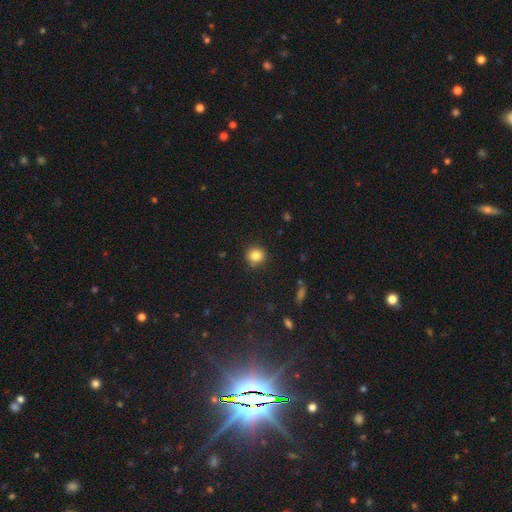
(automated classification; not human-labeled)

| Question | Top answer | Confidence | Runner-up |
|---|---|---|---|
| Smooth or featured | smooth | 84% | star or artifact (11%) |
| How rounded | round | 91% | in between (8%) |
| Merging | none | 89% | minor disturbance (8%) |